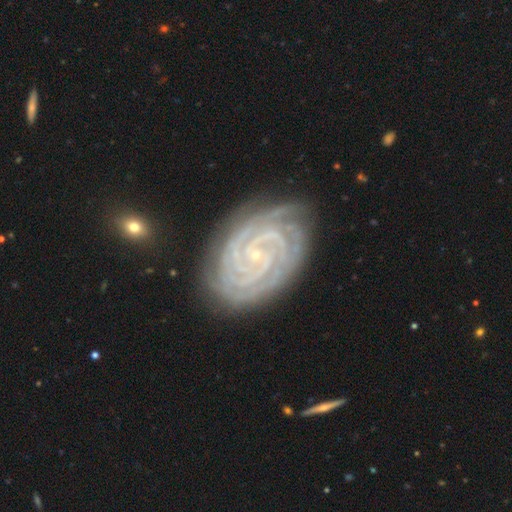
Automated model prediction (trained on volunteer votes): Overall: featured or disk (92%). Edge-on disk: no (98%). Bar: no (57%; weak 27%). Spiral arms: yes (99%). Spiral arm count: 2 (31%; 3 21%). Spiral winding: tight (89%). Bulge size: small (88%). Merging: none (81%).